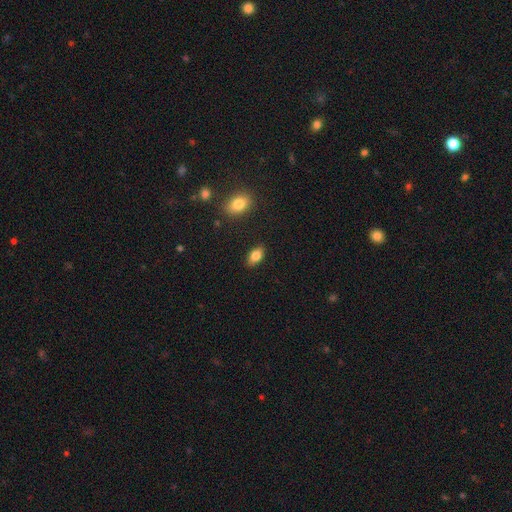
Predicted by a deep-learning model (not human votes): smooth 82%, featured or disk 11%, star or artifact 8%. Down the decision tree: how rounded — in between (90%); merging — none (87%).